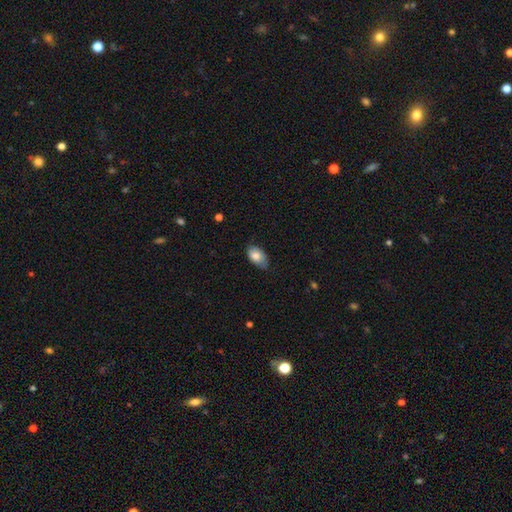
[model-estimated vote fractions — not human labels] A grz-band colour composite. It shows a smooth galaxy with no disk features (79%) that is in between round and cigar-shaped (91%). Merging: none (62%).